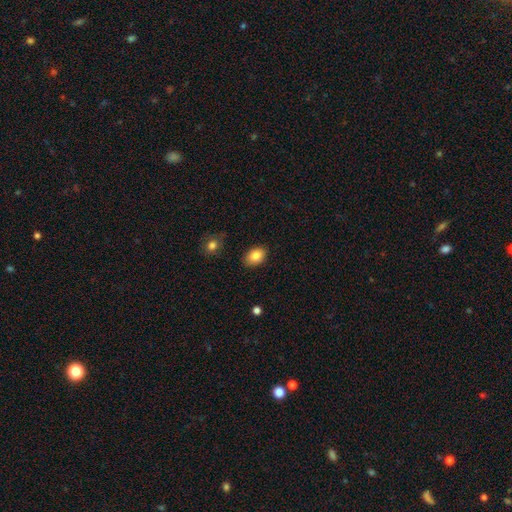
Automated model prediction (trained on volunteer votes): A smooth galaxy with no disk features (84%) that is in between round and cigar-shaped (81%).

Vote fractions:
- Smooth or featured? smooth: 84% / star or artifact: 8% / featured or disk: 8%
- How rounded? in between: 81% / round: 18% / cigar-shaped: 1%
- Merging? none: 86% / minor disturbance: 10% / major disturbance: 2% / merger: 2%